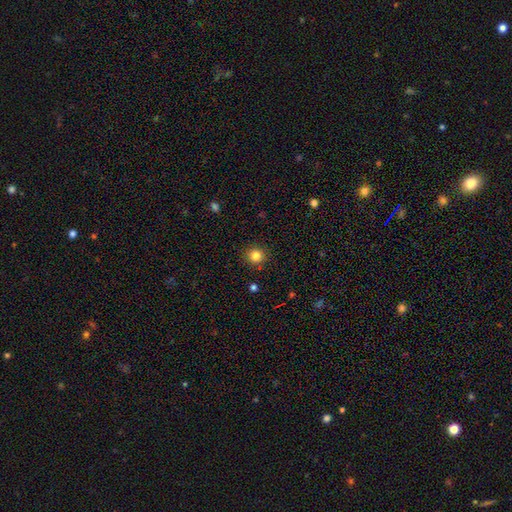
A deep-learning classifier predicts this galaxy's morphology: type=smooth (84%); roundness=round (91%); merging=none (90%).